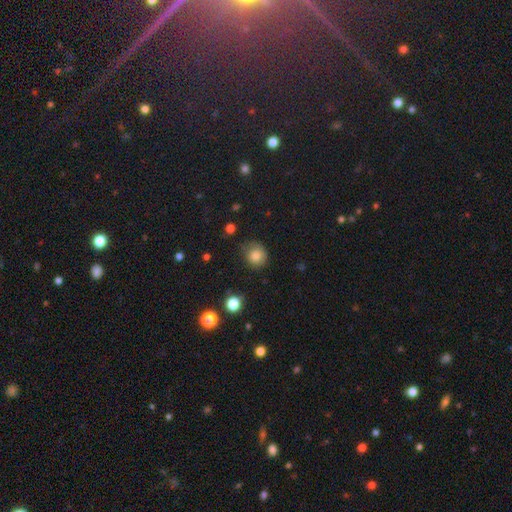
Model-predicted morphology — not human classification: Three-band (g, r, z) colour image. It shows a smooth galaxy with no disk features (80%) that is round (75%). Merging: none (64%).